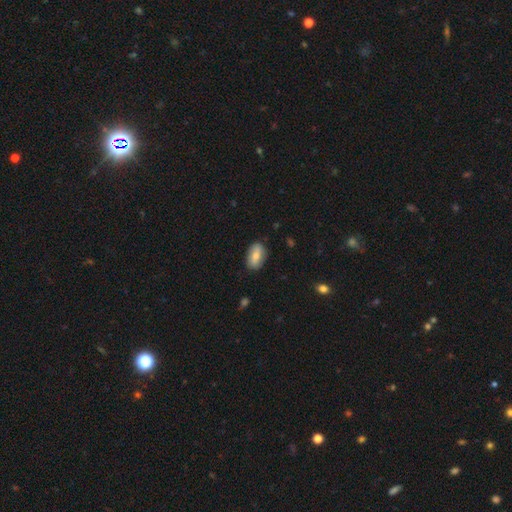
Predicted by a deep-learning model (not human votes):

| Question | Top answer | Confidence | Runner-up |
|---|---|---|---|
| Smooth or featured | smooth | 70% | featured or disk (23%) |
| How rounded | in between | 90% | round (7%) |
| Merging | none | 84% | minor disturbance (12%) |